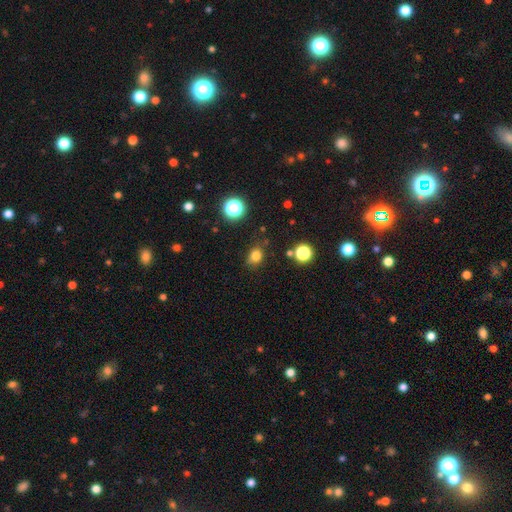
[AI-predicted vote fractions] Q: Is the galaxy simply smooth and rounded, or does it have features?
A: smooth — 79%.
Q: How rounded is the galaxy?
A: round — 54%.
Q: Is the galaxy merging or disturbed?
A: none — 77%.